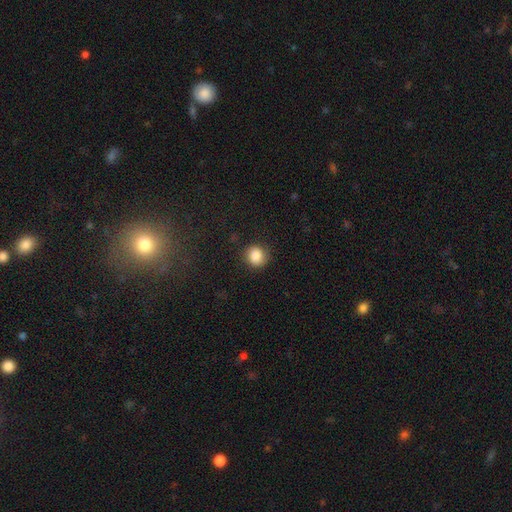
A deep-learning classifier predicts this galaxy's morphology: smooth 85%, star or artifact 9%, featured or disk 5%. Down the decision tree: how rounded — round (86%); merging — none (85%).